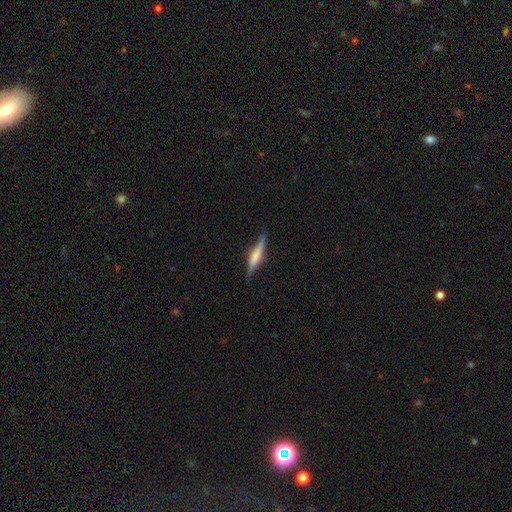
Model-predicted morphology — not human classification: This is possibly a featured or disk galaxy (53%). It is clearly viewed edge-on (95%). Edge-on bulge: possibly rounded (51%). Merging: clearly none (82%).